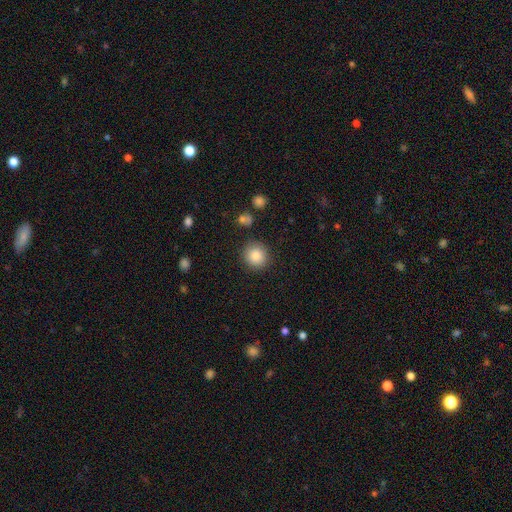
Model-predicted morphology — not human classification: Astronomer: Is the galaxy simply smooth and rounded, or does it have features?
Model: smooth — 85%.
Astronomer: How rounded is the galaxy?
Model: round — 91%.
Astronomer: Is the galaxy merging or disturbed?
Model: none — 88%.